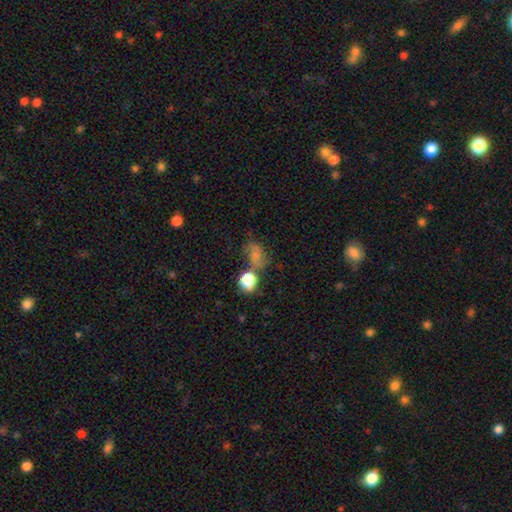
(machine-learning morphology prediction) Smooth or featured: smooth — 52% (featured or disk — 30%)
How rounded: in between — 51% (round — 47%)
Merging: none — 46% (minor disturbance — 21%)